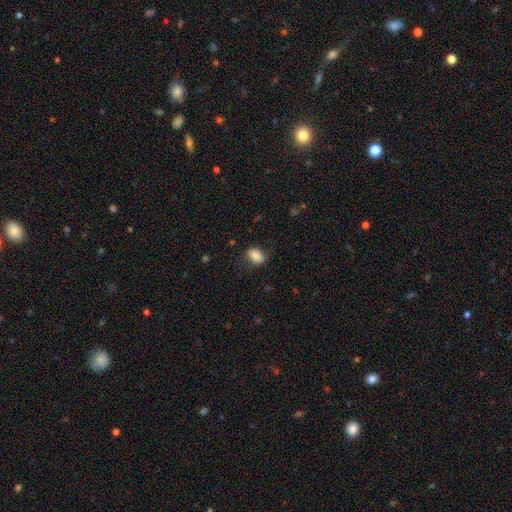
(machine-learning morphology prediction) A smooth galaxy with no disk features (83%) that is in between round and cigar-shaped (80%).

Vote fractions:
- Smooth or featured? smooth: 83% / featured or disk: 9% / star or artifact: 8%
- How rounded? in between: 80% / round: 18% / cigar-shaped: 2%
- Merging? none: 76% / minor disturbance: 17% / major disturbance: 6% / merger: 1%